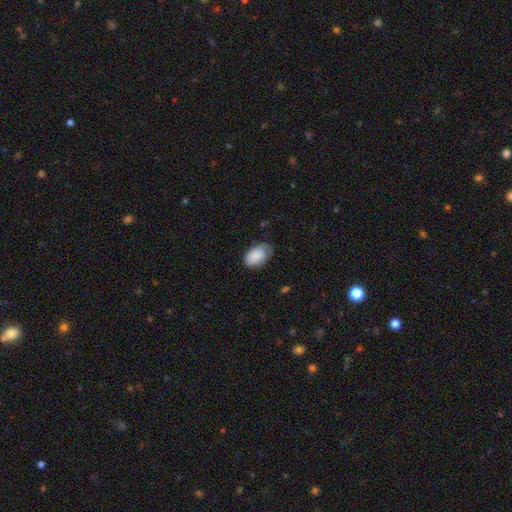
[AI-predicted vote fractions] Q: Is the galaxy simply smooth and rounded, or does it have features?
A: smooth — 84%.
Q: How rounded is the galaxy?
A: in between — 92%.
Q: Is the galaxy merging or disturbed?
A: none — 62%.